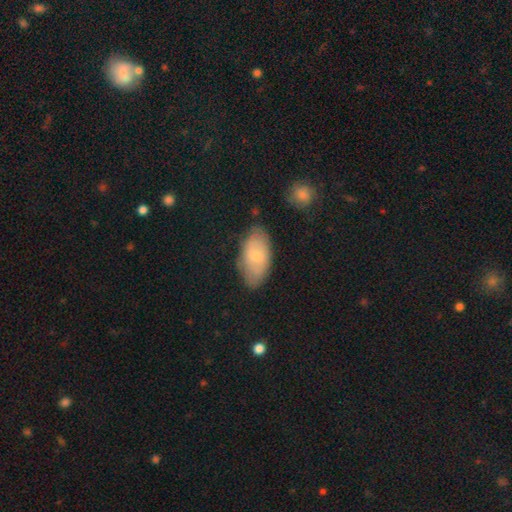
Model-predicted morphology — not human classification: The model was most divided on "smooth or featured": smooth: 65%, featured or disk: 28%, star or artifact: 7%. More confident: how rounded — in between (94%); merging — none (71%).